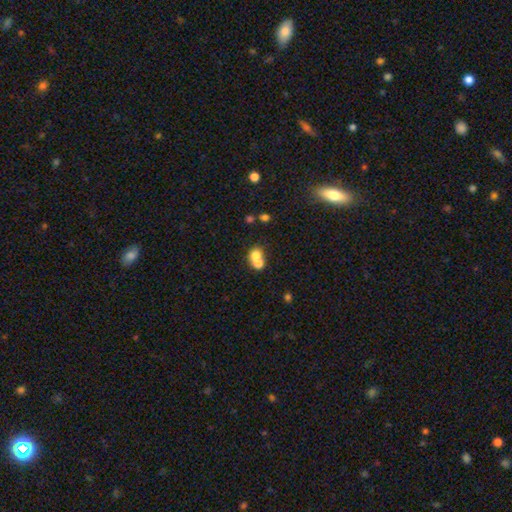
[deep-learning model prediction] Smooth or featured? Predicted: smooth (p=0.72). How rounded? Predicted: round (p=0.73). Merging? Predicted: merger (p=0.57).